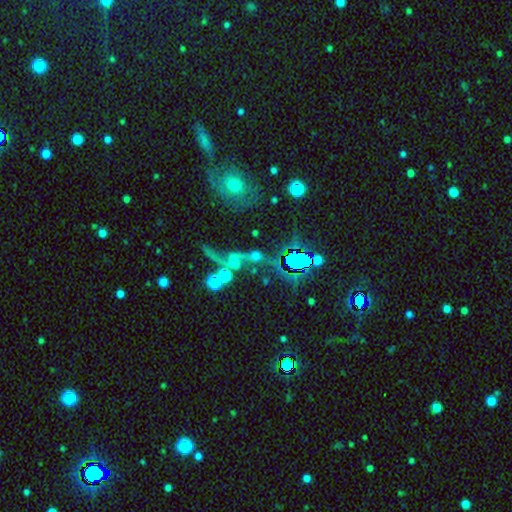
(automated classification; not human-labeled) Smooth or featured? featured or disk (47%)
Merging? merger (37%)